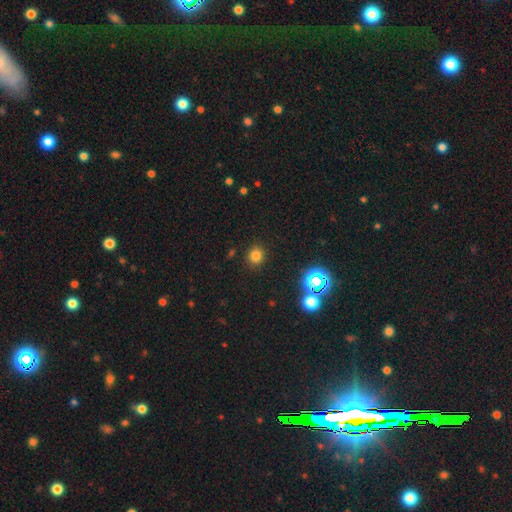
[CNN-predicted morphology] Smooth or featured? smooth (76%)
How rounded? round (85%)
Merging? none (89%)